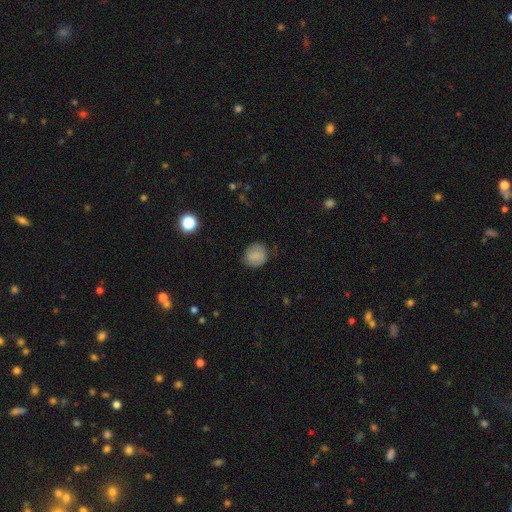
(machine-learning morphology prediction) smooth-or-featured: smooth: 81% | featured or disk: 10% | star or artifact: 9%
  how-rounded: round: 81% | in between: 18% | cigar-shaped: 1%
  merging: none: 81% | minor disturbance: 15% | major disturbance: 4% | merger: 1%